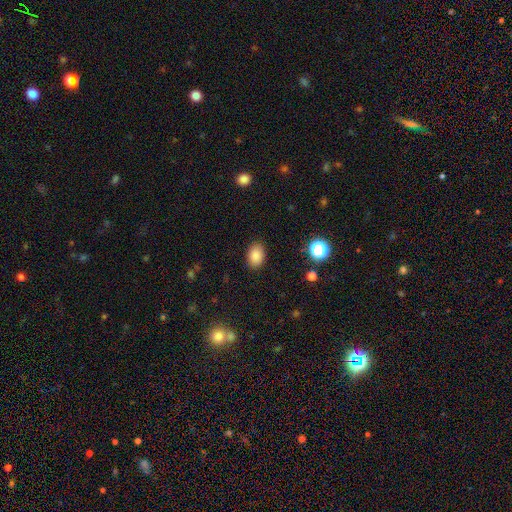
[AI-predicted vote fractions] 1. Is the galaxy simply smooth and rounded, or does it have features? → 86% smooth, 10% star or artifact, 4% featured or disk.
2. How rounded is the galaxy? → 80% in between, 19% round, 1% cigar-shaped.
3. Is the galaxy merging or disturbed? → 87% none, 9% minor disturbance, 3% major disturbance, 1% merger.